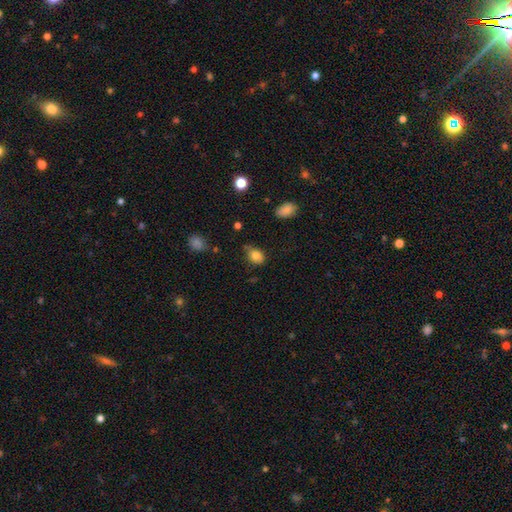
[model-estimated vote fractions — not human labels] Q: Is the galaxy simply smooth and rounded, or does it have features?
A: smooth — 82%.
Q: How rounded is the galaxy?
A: in between — 71%.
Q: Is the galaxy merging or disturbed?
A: none — 56%.